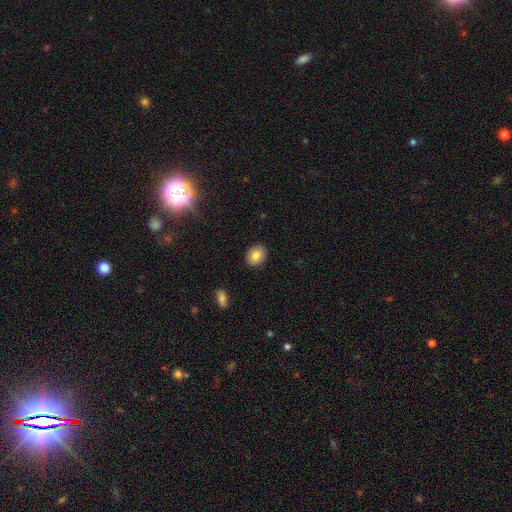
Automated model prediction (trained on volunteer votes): Smooth or featured? smooth (83%)
How rounded? round (50%)
Merging? none (90%)